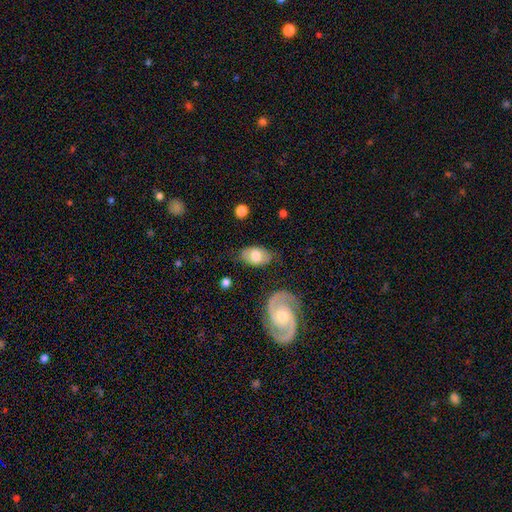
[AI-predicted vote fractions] smooth-or-featured: smooth: 64% | featured or disk: 30% | star or artifact: 6%
  how-rounded: in between: 90% | round: 8% | cigar-shaped: 2%
  merging: none: 74% | minor disturbance: 18% | major disturbance: 5% | merger: 3%